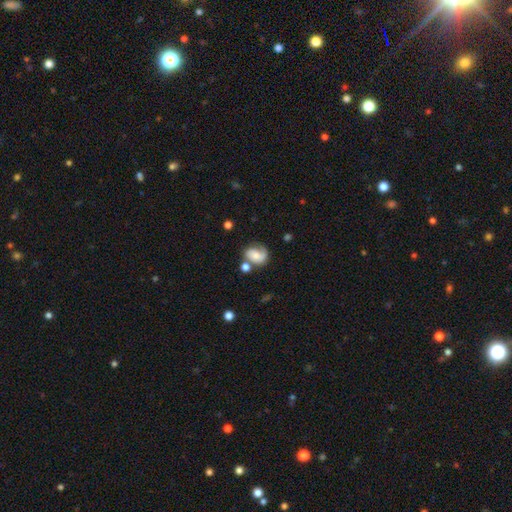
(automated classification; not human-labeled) The model was most divided on "smooth or featured": featured or disk: 49%, smooth: 42%, star or artifact: 9%. Remaining: merging — none (49%).